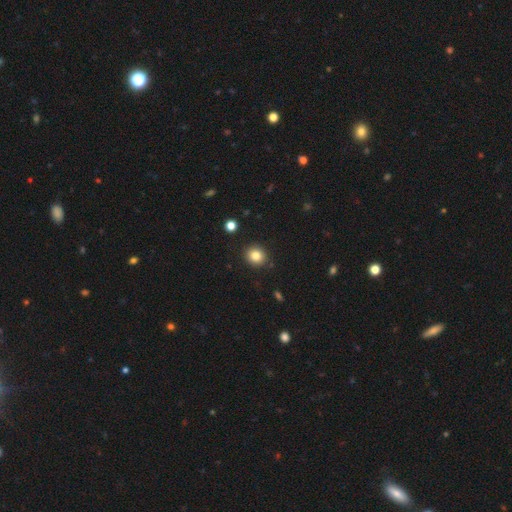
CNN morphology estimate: The model was most divided on "how rounded": round: 81%, in between: 18%, cigar-shaped: 1%. More confident: merging — none (89%); smooth or featured — smooth (84%).